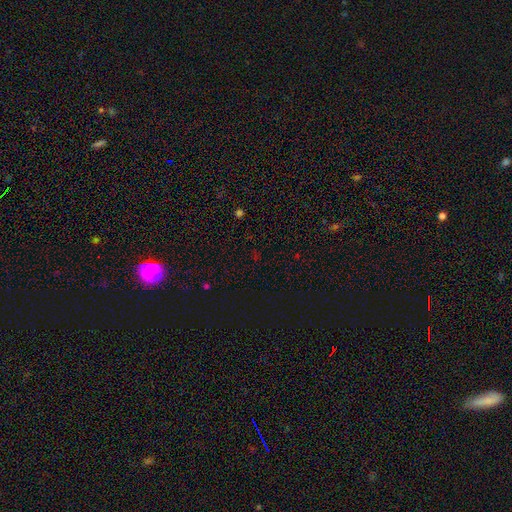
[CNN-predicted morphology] type=star or artifact (67%).